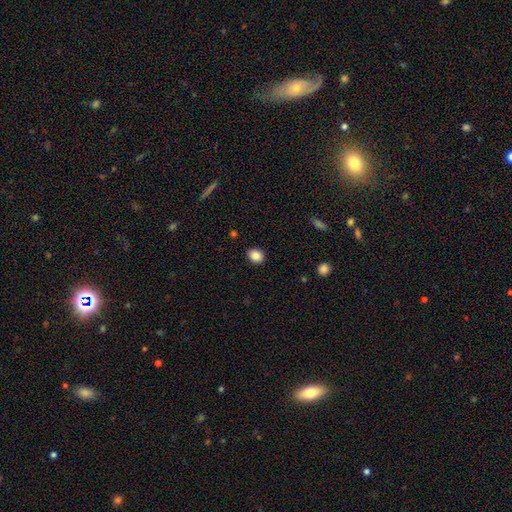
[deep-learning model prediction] This appears to be a smooth galaxy with no disk features (86%) that is round (52%). Merging: none (90%).